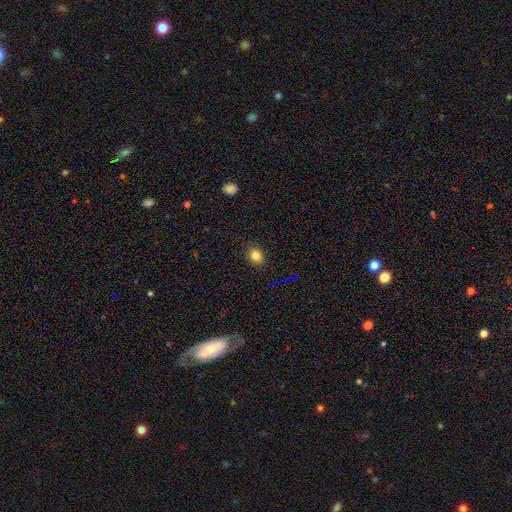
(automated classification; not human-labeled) Overall: smooth (80%). How rounded: round (52%; in between 46%). Merging: none (87%).